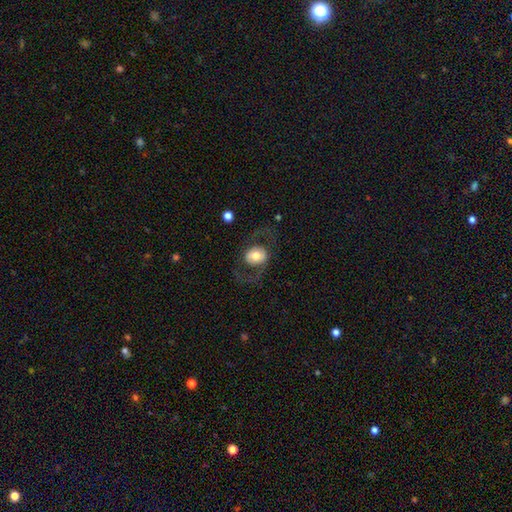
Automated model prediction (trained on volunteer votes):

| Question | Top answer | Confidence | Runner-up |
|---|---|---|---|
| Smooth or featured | featured or disk | 51% | smooth (43%) |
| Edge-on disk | no | 93% | yes (7%) |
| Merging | none | 68% | major disturbance (19%) |